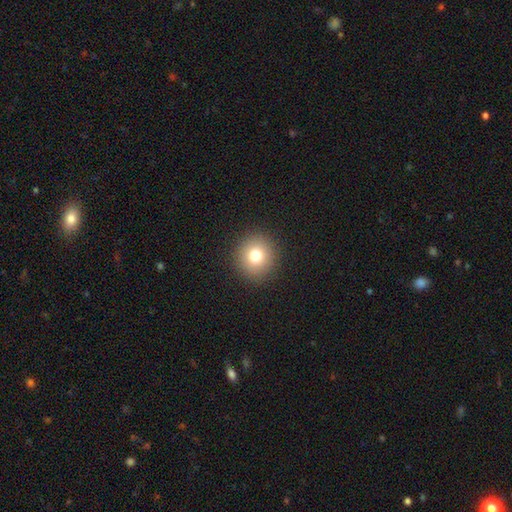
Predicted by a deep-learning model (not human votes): Q: Smooth or featured?
A: smooth (77%); runner-up: star or artifact (12%)
Q: How rounded?
A: round (91%); runner-up: in between (8%)
Q: Merging?
A: none (92%); runner-up: minor disturbance (5%)